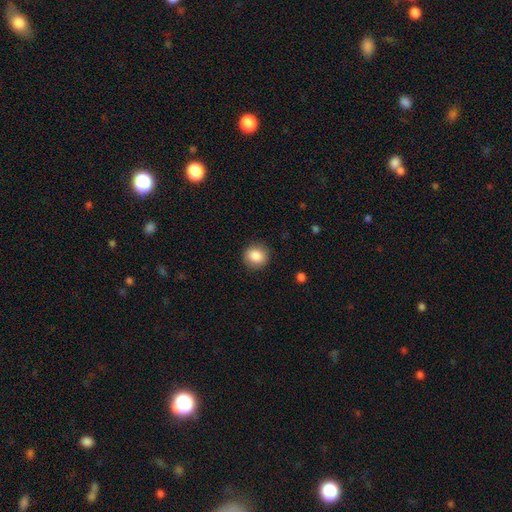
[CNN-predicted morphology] Smooth or featured?
  - smooth: 86% *
  - star or artifact: 8%
  - featured or disk: 5%
How rounded?
  - round: 89% *
  - in between: 10%
  - cigar-shaped: 1%
Merging?
  - none: 89% *
  - minor disturbance: 8%
  - major disturbance: 2%
  - merger: 1%